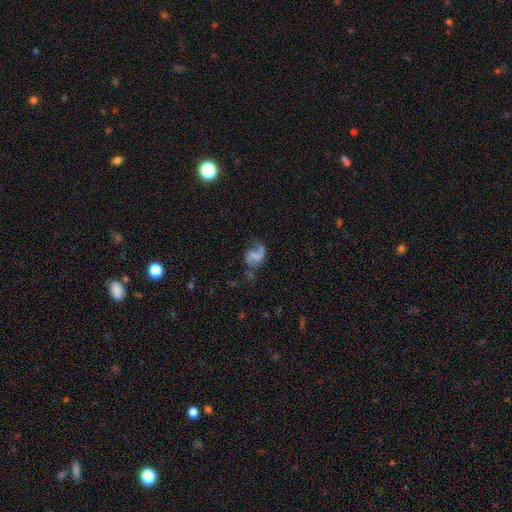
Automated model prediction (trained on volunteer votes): A featured or disk galaxy (73%) with no bar (44%), 2 (68%) loose (66%) spiral arms (91%) and no central bulge (68%). Merging: none (49%).